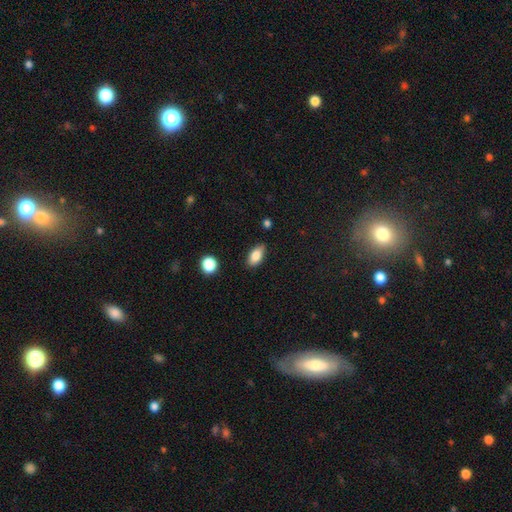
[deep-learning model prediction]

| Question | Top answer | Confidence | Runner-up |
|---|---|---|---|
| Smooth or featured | smooth | 83% | featured or disk (9%) |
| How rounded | in between | 88% | cigar-shaped (7%) |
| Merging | none | 80% | minor disturbance (15%) |